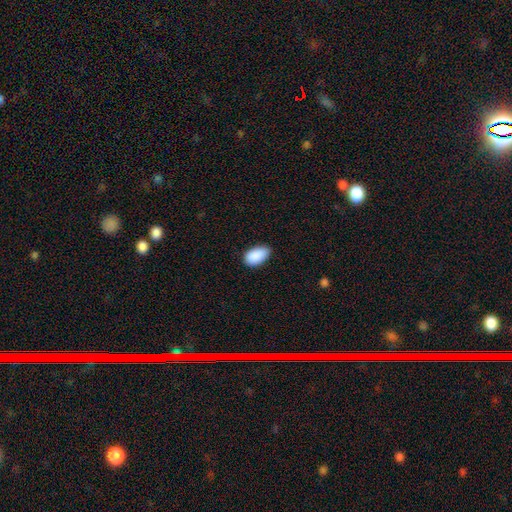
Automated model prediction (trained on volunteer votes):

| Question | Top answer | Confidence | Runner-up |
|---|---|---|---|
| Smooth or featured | smooth | 90% | star or artifact (7%) |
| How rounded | in between | 95% | round (4%) |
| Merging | none | 73% | minor disturbance (23%) |